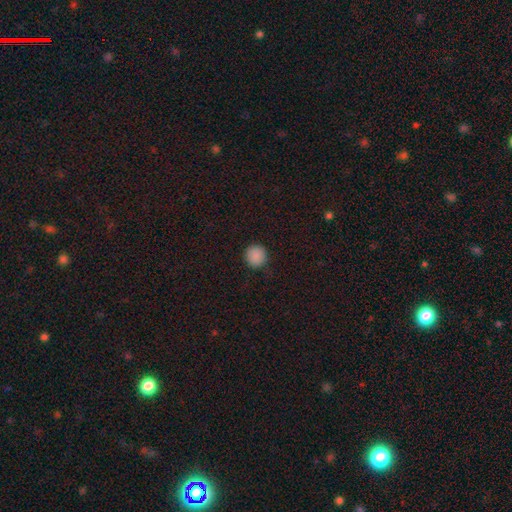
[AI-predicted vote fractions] Smooth or featured? Predicted: smooth (p=0.88). How rounded? Predicted: round (p=0.94). Merging? Predicted: none (p=0.90).